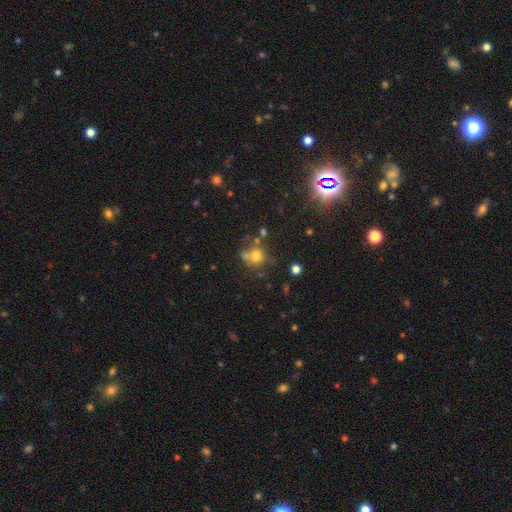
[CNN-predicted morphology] smooth_or_featured: smooth (p=0.67) [alt: star or artifact p=0.19]
how_rounded: round (p=0.81) [alt: in between p=0.18]
merging: none (p=0.56) [alt: merger p=0.21]